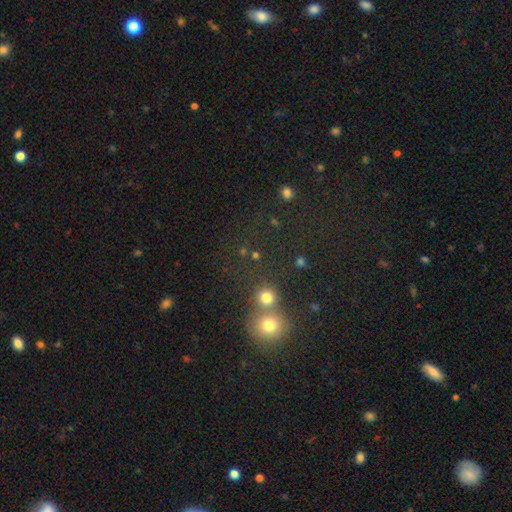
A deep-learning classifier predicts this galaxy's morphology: Smooth or featured: smooth — 65% (star or artifact — 27%)
How rounded: round — 89% (in between — 10%)
Merging: none — 61% (merger — 28%)